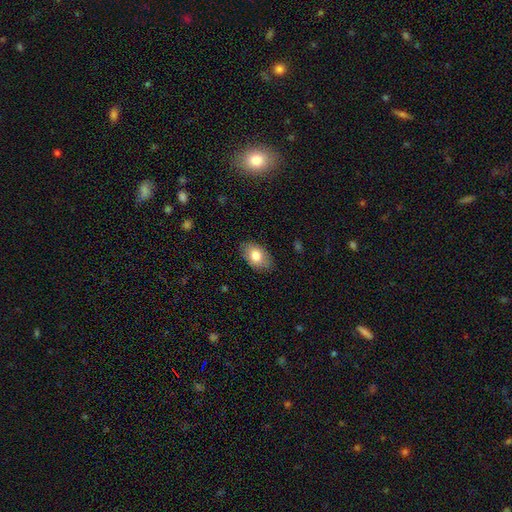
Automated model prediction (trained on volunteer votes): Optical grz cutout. It shows a smooth galaxy with no disk features (78%) that is in between round and cigar-shaped (90%). Merging: none (84%).